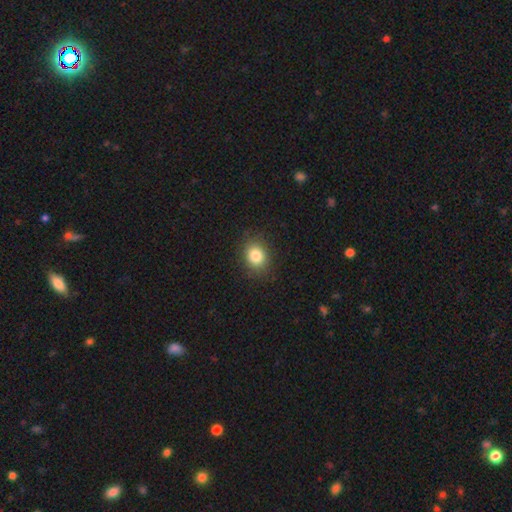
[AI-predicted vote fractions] Smooth or featured? Predicted: smooth (p=0.83). How rounded? Predicted: round (p=0.56). Merging? Predicted: none (p=0.87).